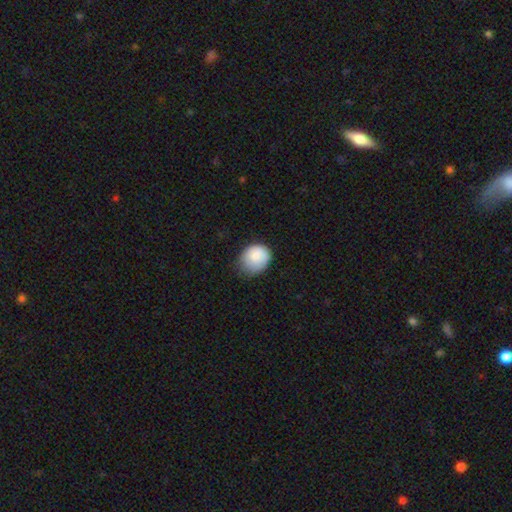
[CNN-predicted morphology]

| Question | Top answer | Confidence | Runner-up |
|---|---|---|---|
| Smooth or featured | smooth | 84% | featured or disk (9%) |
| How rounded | round | 61% | in between (38%) |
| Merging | none | 53% | minor disturbance (37%) |